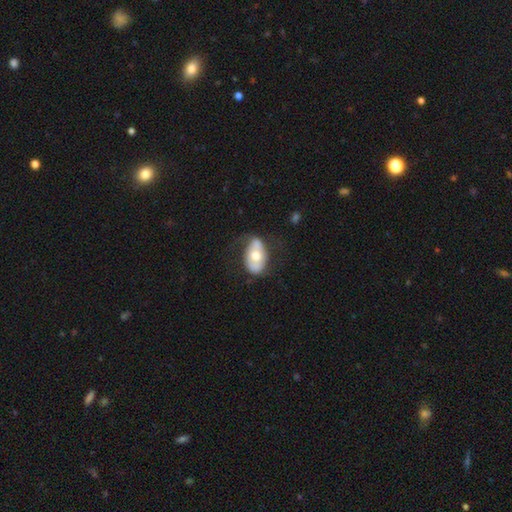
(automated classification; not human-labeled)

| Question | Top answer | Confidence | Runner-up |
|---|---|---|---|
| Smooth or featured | smooth | 49% | featured or disk (45%) |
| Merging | none | 59% | minor disturbance (25%) |